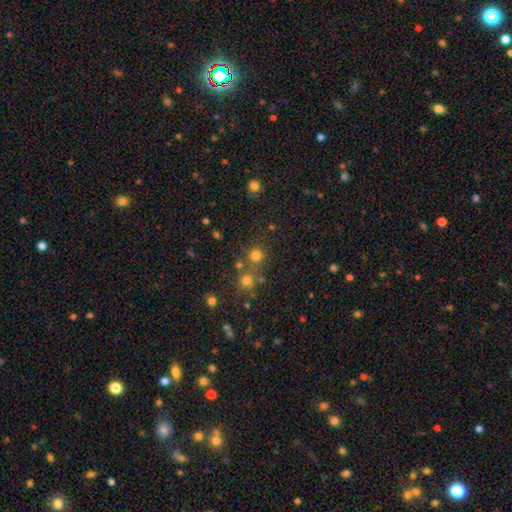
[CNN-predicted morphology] smooth_or_featured: smooth (p=0.72) [alt: star or artifact p=0.21]
how_rounded: round (p=0.91) [alt: in between p=0.08]
merging: none (p=0.69) [alt: merger p=0.21]